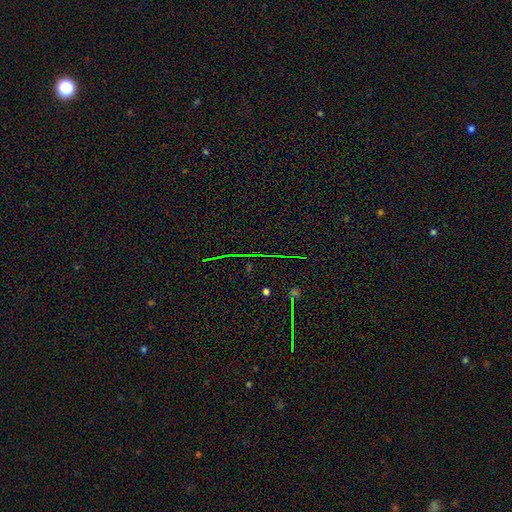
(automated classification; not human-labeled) This is likely a star or artifact rather than a galaxy (79%).